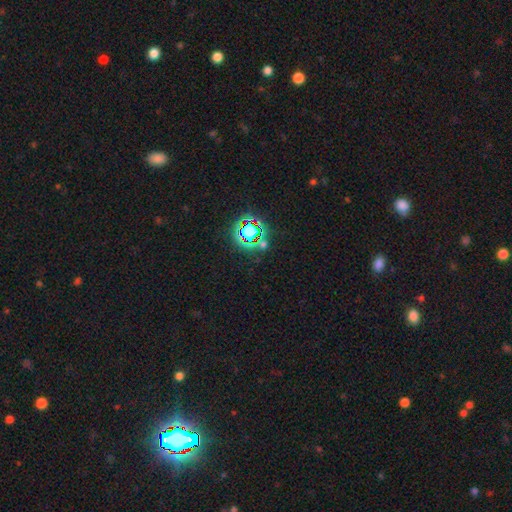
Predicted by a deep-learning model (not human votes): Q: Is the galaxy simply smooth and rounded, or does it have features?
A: star or artifact — 77%.